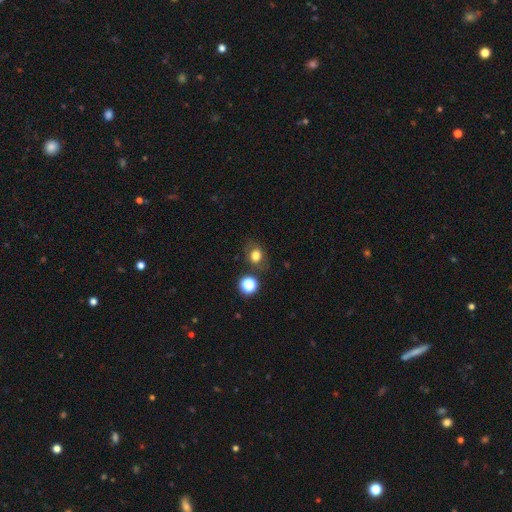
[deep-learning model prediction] The model was most divided on "how rounded": round: 58%, in between: 41%, cigar-shaped: 1%. More confident: smooth or featured — smooth (74%); merging — none (70%).